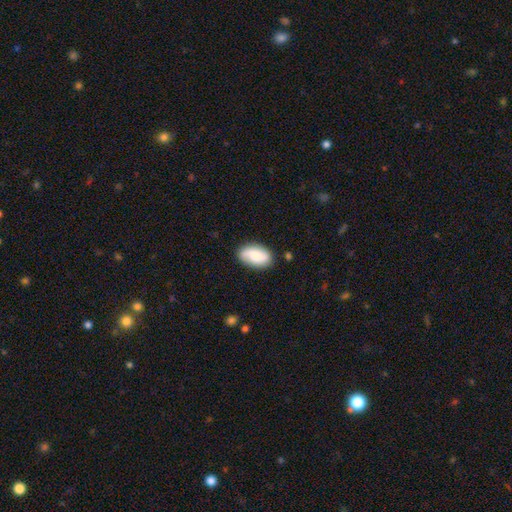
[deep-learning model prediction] Smooth or featured: smooth — 65% (featured or disk — 28%)
How rounded: in between — 93% (round — 5%)
Merging: none — 80% (minor disturbance — 15%)